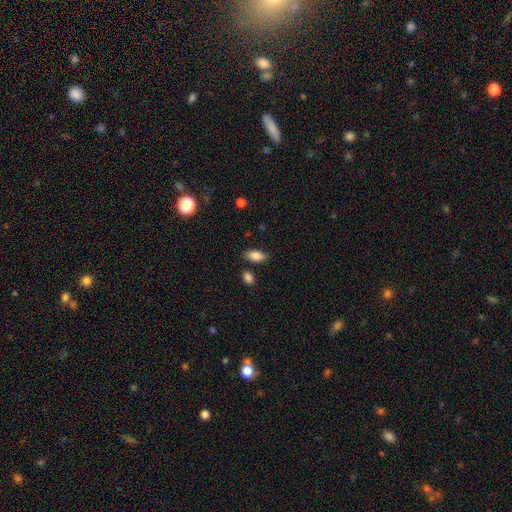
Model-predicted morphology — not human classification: Q: Smooth or featured?
A: smooth (86%); runner-up: star or artifact (7%)
Q: How rounded?
A: in between (90%); runner-up: cigar-shaped (6%)
Q: Merging?
A: none (81%); runner-up: minor disturbance (11%)